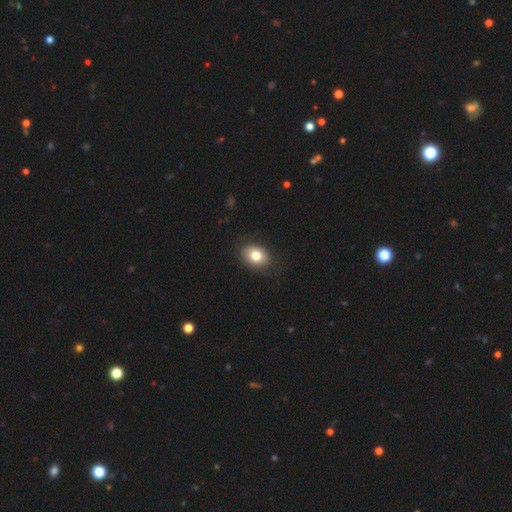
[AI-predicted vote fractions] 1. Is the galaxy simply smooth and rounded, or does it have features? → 81% smooth, 10% featured or disk, 9% star or artifact.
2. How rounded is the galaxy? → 63% in between, 36% round, 1% cigar-shaped.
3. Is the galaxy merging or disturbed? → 85% none, 11% minor disturbance, 3% major disturbance, 1% merger.